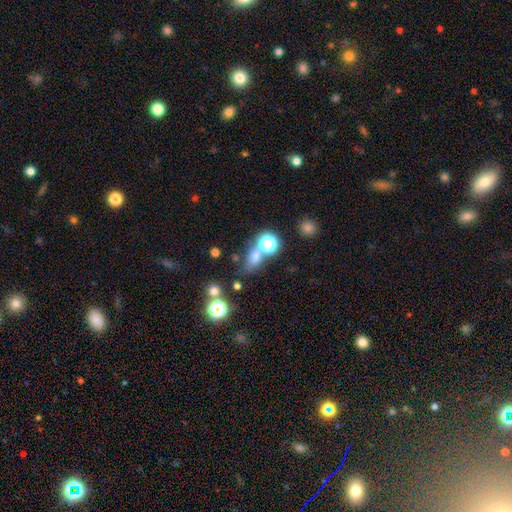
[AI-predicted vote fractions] Smooth or featured? smooth (64%)
How rounded? in between (52%)
Merging? none (53%)